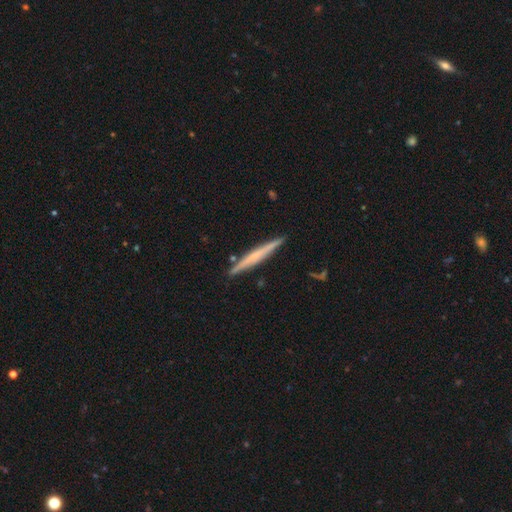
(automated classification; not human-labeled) Smooth or featured? Predicted: featured or disk (p=0.56). Edge-on disk? Predicted: yes (p=0.97). Edge-on bulge? Predicted: none (p=0.56). Merging? Predicted: none (p=0.90).